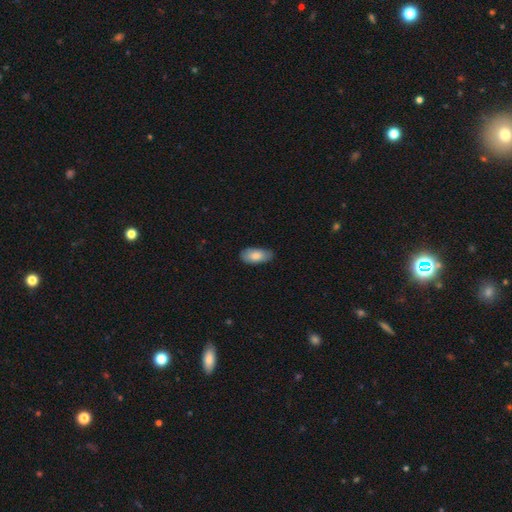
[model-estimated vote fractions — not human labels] smooth 81%, featured or disk 13%, star or artifact 6%. Down the decision tree: how rounded — in between (92%); merging — none (77%).